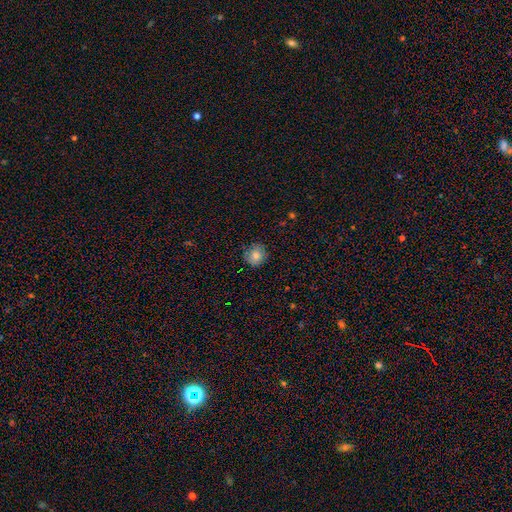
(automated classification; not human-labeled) Q: Smooth or featured?
A: smooth (79%); runner-up: featured or disk (11%)
Q: How rounded?
A: round (87%); runner-up: in between (12%)
Q: Merging?
A: none (82%); runner-up: minor disturbance (14%)